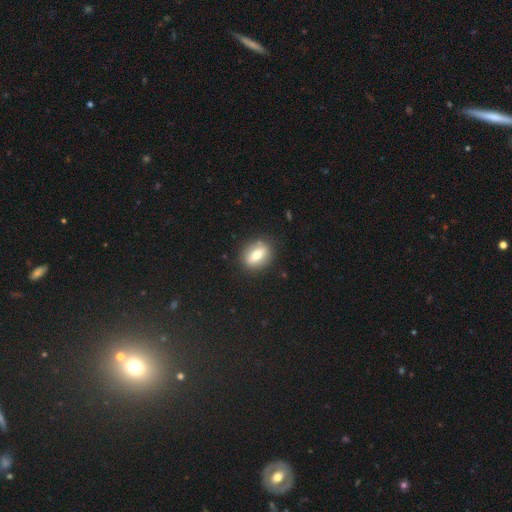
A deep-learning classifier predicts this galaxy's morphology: The model was most divided on "how rounded": in between: 64%, round: 30%, cigar-shaped: 6%. More confident: merging — none (86%); smooth or featured — smooth (69%).